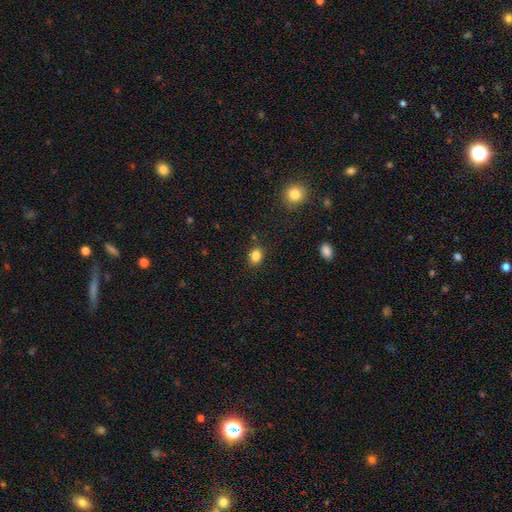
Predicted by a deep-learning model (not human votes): Smooth or featured: smooth — 84% (star or artifact — 11%)
How rounded: in between — 55% (round — 44%)
Merging: none — 85% (minor disturbance — 10%)